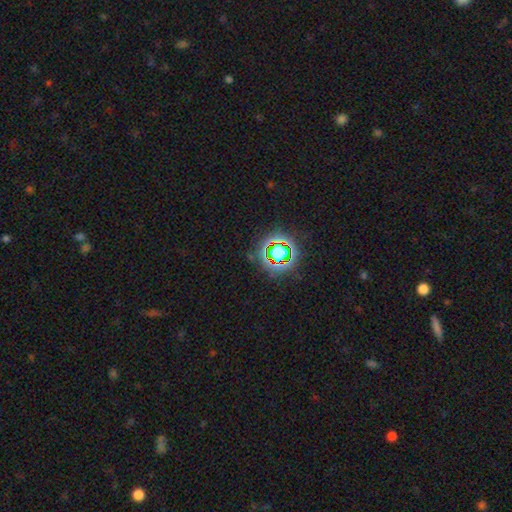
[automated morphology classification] A star or artifact, not a galaxy (75%).